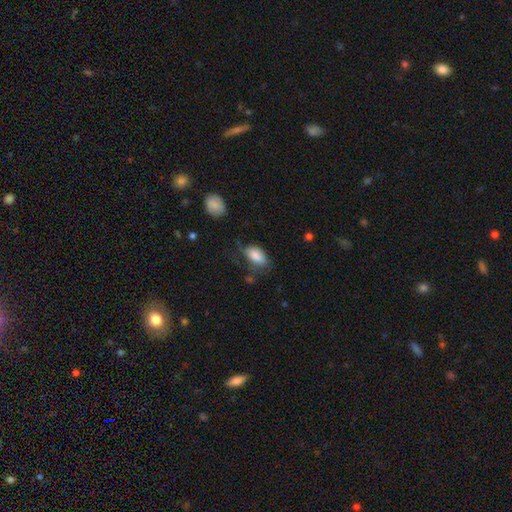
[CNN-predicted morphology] Smooth or featured?
  - smooth: 84% *
  - featured or disk: 9%
  - star or artifact: 7%
How rounded?
  - in between: 93% *
  - round: 5%
  - cigar-shaped: 2%
Merging?
  - none: 46% *
  - minor disturbance: 31%
  - major disturbance: 20%
  - merger: 3%